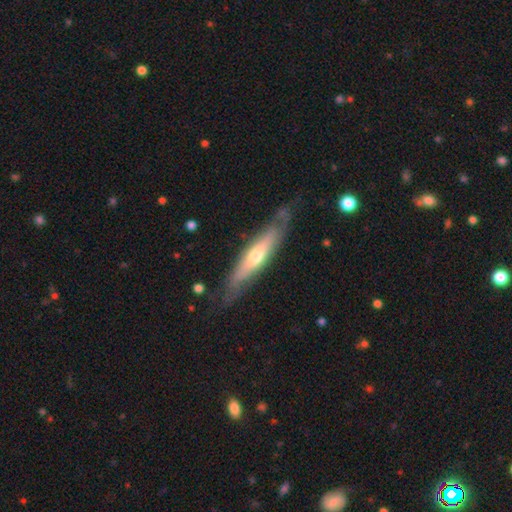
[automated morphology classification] smooth_or_featured: featured or disk (p=0.58) [alt: smooth p=0.36]
disk_edge_on: yes (p=0.72) [alt: no p=0.28]
merging: none (p=0.72) [alt: minor disturbance p=0.20]